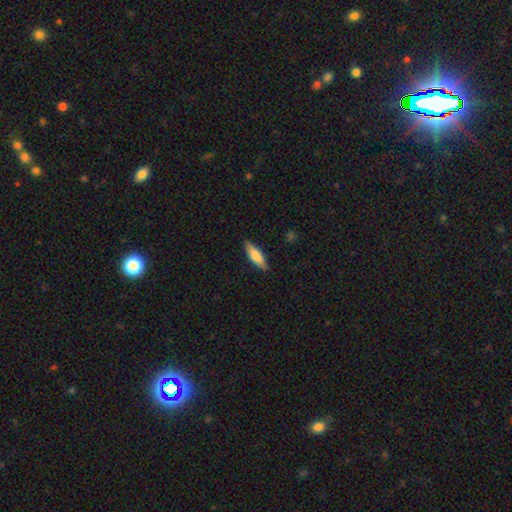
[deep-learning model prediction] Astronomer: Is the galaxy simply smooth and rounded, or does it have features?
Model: smooth — 78%.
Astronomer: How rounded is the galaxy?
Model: cigar-shaped — 49%, tied with in between at 49%.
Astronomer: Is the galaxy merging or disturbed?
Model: none — 87%.